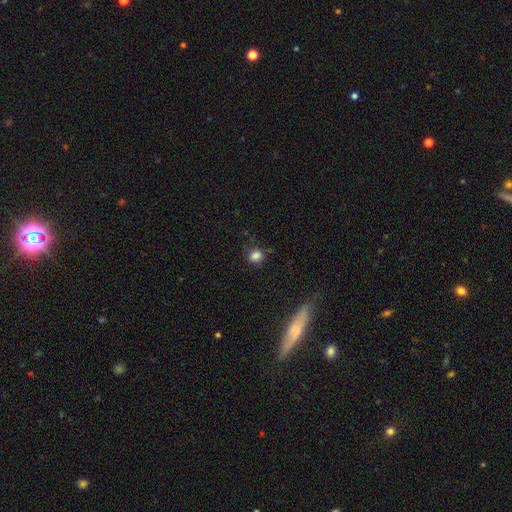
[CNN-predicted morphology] A smooth galaxy with no disk features (83%) that is round (71%). Merging: none (73%).